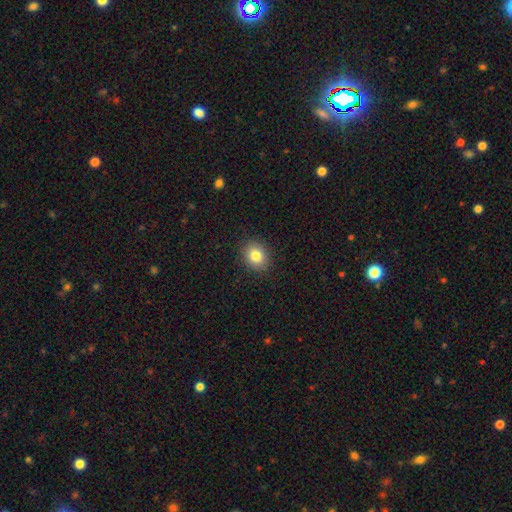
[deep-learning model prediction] smooth 82%, star or artifact 10%, featured or disk 7%. Down the decision tree: how rounded — round (64%); merging — none (90%).